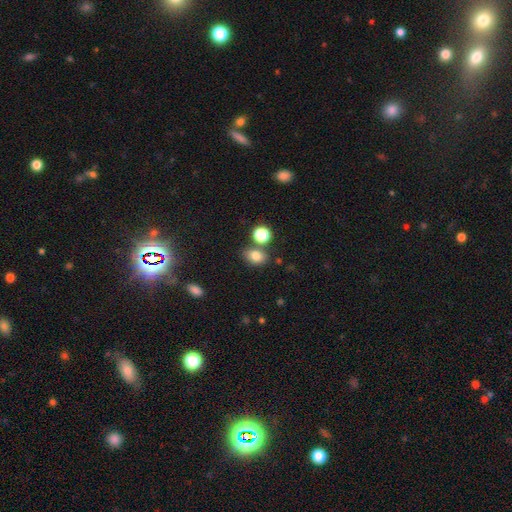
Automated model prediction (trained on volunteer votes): smooth 79%, star or artifact 13%, featured or disk 8%. Down the decision tree: how rounded — in between (67%); merging — none (69%).